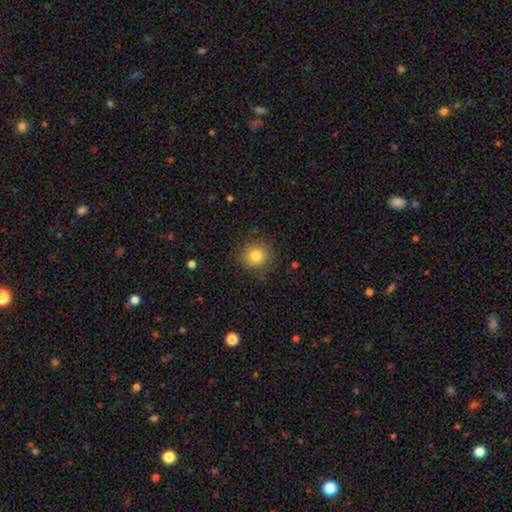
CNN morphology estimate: Smooth or featured? Predicted: smooth (p=0.80). How rounded? Predicted: round (p=0.89). Merging? Predicted: none (p=0.85).